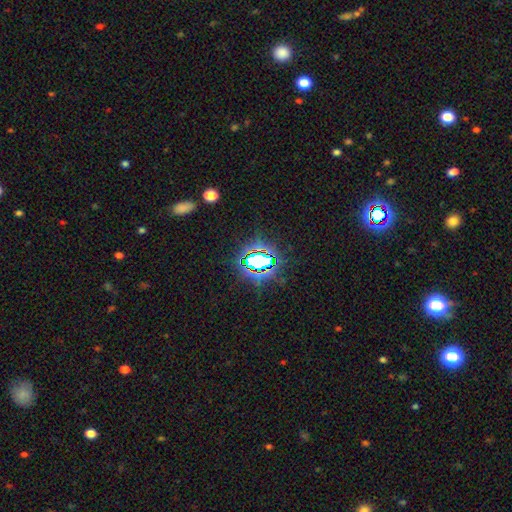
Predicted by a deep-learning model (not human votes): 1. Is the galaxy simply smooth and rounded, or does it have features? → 81% star or artifact, 12% smooth, 7% featured or disk.